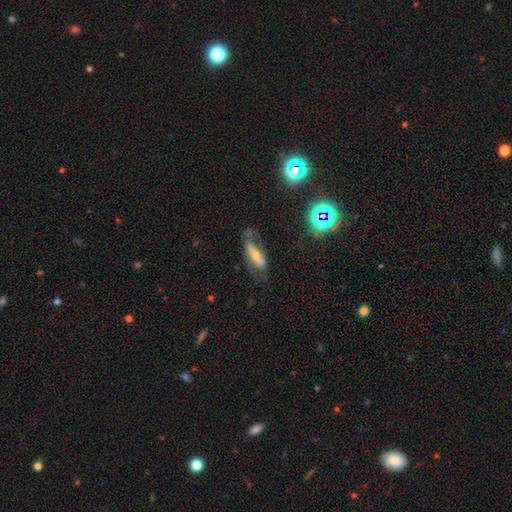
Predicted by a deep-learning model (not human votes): smooth_or_featured: featured or disk (p=0.53) [alt: smooth p=0.37]
disk_edge_on: no (p=0.74) [alt: yes p=0.26]
merging: none (p=0.48) [alt: major disturbance p=0.25]